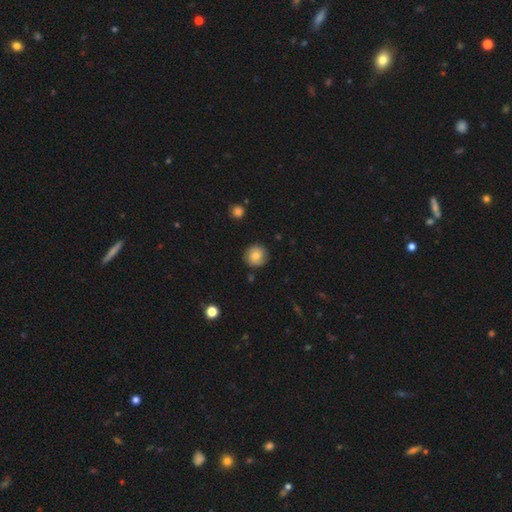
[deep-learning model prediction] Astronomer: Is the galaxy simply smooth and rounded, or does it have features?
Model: smooth — 73%.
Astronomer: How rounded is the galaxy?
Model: round — 93%.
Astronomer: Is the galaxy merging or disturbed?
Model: none — 85%.